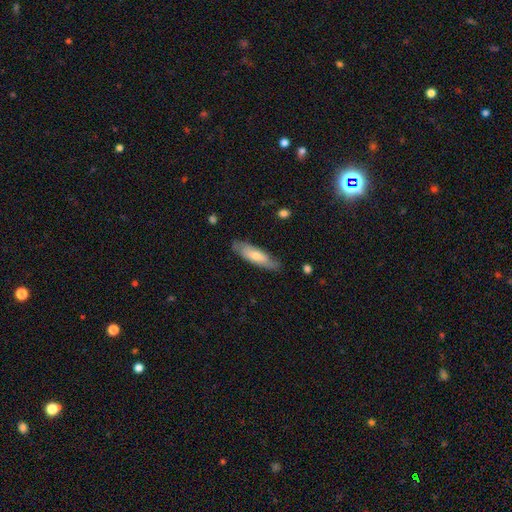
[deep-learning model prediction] This is likely a smooth galaxy (64%). How rounded: possibly cigar-shaped (56%). Merging: likely none (79%).